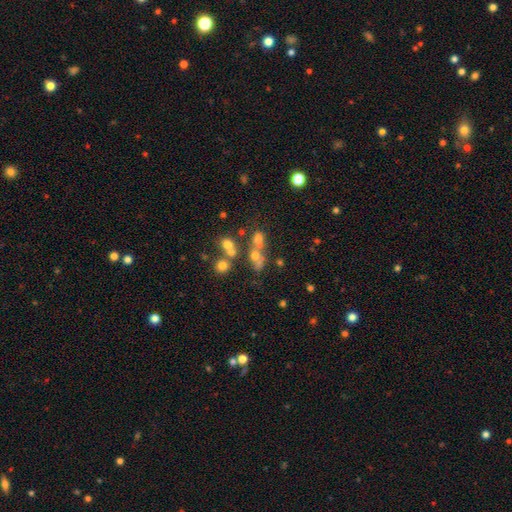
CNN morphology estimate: smooth_or_featured: smooth (p=0.50) [alt: featured or disk p=0.28]
how_rounded: round (p=0.63) [alt: in between p=0.34]
merging: merger (p=0.45) [alt: none p=0.36]